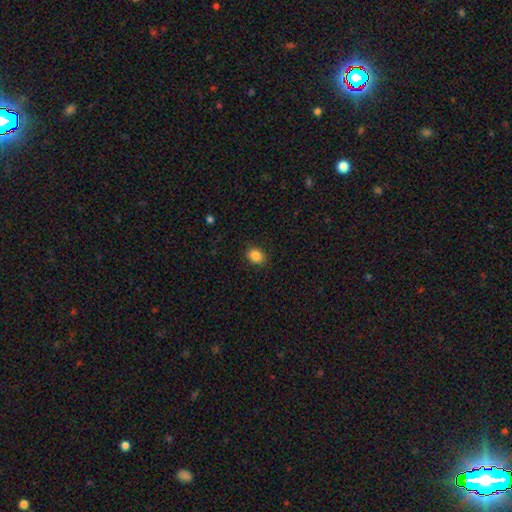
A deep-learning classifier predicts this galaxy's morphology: smooth_or_featured: smooth (p=0.87) [alt: star or artifact p=0.09]
how_rounded: in between (p=0.61) [alt: round p=0.38]
merging: none (p=0.89) [alt: minor disturbance p=0.08]